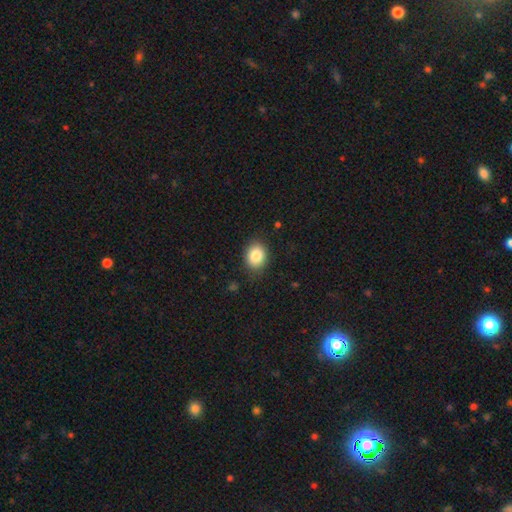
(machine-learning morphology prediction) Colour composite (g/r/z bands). It shows a smooth galaxy with no disk features (85%) that is in between round and cigar-shaped (51%). Merging: none (84%).